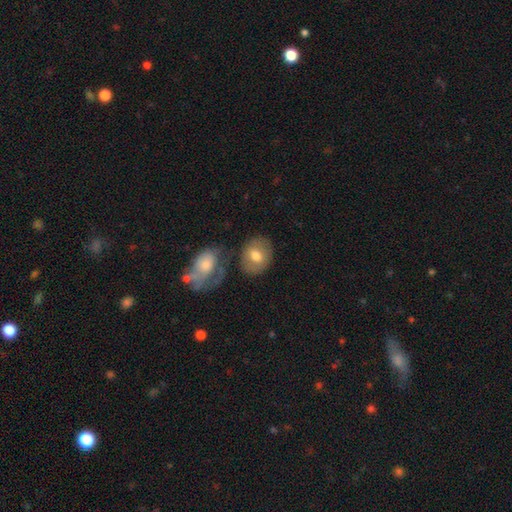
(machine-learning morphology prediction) A smooth galaxy with no disk features (69%) that is in between round and cigar-shaped (53%). Merging: none (69%).